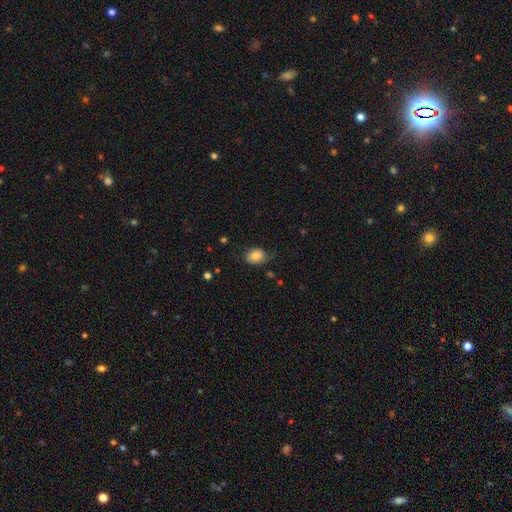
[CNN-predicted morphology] Smooth or featured? Predicted: smooth (p=0.82). How rounded? Predicted: in between (p=0.62). Merging? Predicted: none (p=0.68).